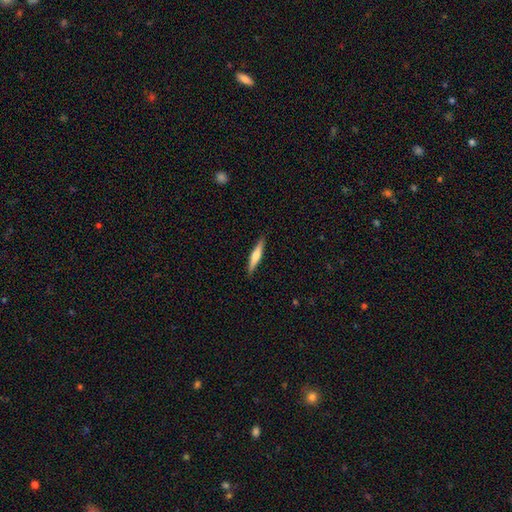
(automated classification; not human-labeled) The model was most divided on "smooth or featured": smooth: 48%, featured or disk: 47%, star or artifact: 5%. More confident: merging — none (90%).